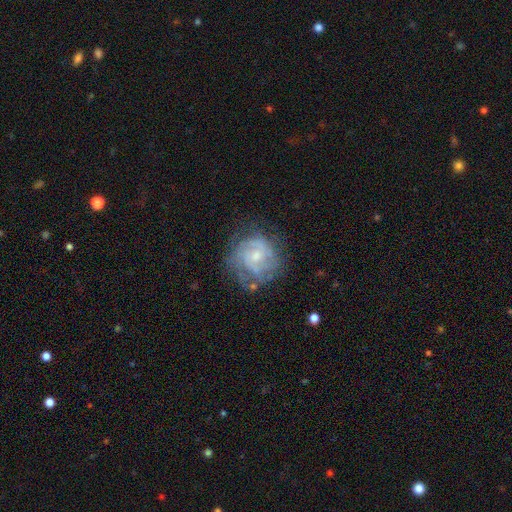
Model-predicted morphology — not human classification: The model was most divided on "bulge size": small: 54%, moderate: 39%, none: 5%, large: 2%, dominant: 1%. Remaining: edge-on disk — no (98%); spiral arms — yes (82%); smooth or featured — featured or disk (72%); bar — no (64%); merging — none (63%); spiral winding — tight (57%); spiral arm count — can't tell (45%).